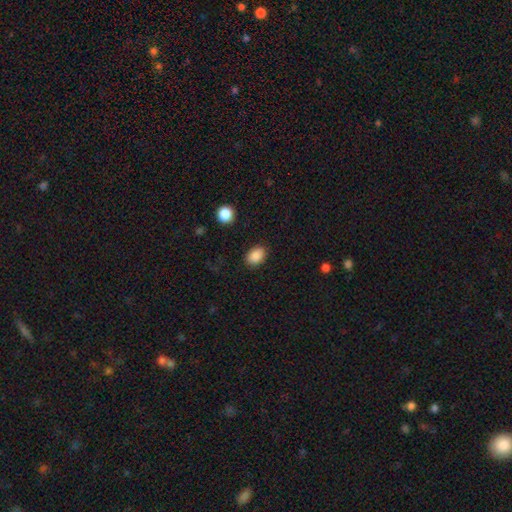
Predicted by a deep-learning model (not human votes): Q: Smooth or featured?
A: smooth (88%); runner-up: star or artifact (8%)
Q: How rounded?
A: in between (78%); runner-up: round (21%)
Q: Merging?
A: none (87%); runner-up: minor disturbance (9%)